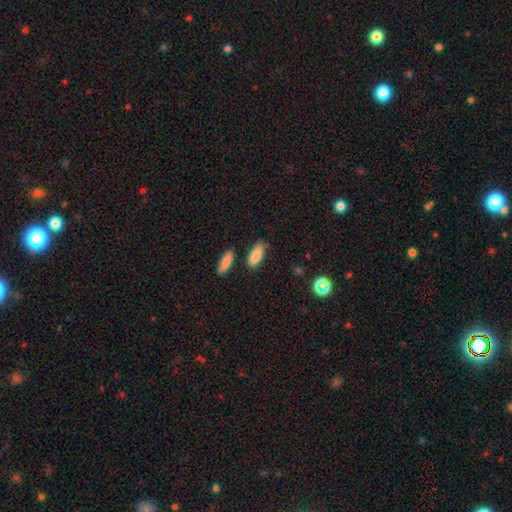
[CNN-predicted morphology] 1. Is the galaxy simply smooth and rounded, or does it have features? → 87% smooth, 7% star or artifact, 6% featured or disk.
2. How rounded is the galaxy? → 79% in between, 19% cigar-shaped, 3% round.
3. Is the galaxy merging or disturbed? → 75% none, 16% minor disturbance, 5% merger, 3% major disturbance.